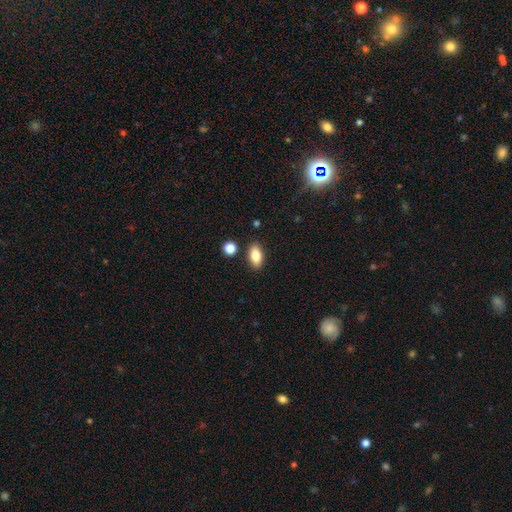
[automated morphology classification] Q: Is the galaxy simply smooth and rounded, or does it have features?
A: smooth — 83%.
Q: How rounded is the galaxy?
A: in between — 88%.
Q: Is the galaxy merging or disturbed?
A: none — 86%.